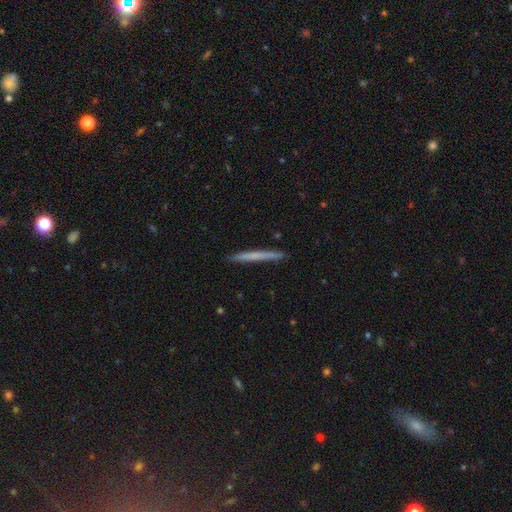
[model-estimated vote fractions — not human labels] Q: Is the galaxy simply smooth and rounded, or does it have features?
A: smooth — 57%.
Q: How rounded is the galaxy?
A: cigar-shaped — 97%.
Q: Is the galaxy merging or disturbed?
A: none — 92%.